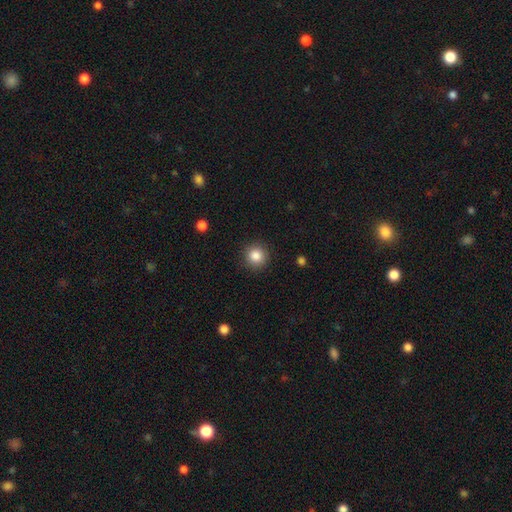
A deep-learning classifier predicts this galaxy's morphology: Smooth or featured: smooth — 85% (star or artifact — 10%)
How rounded: round — 94% (in between — 5%)
Merging: none — 90% (minor disturbance — 6%)